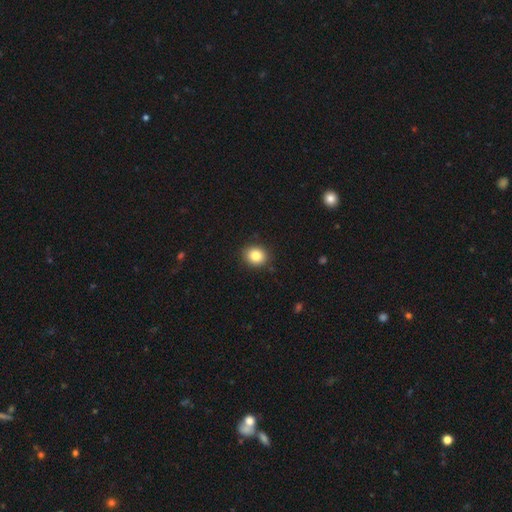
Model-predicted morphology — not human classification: smooth-or-featured: smooth: 84% | star or artifact: 10% | featured or disk: 7%
  how-rounded: round: 64% | in between: 35% | cigar-shaped: 1%
  merging: none: 89% | minor disturbance: 8% | major disturbance: 2% | merger: 1%